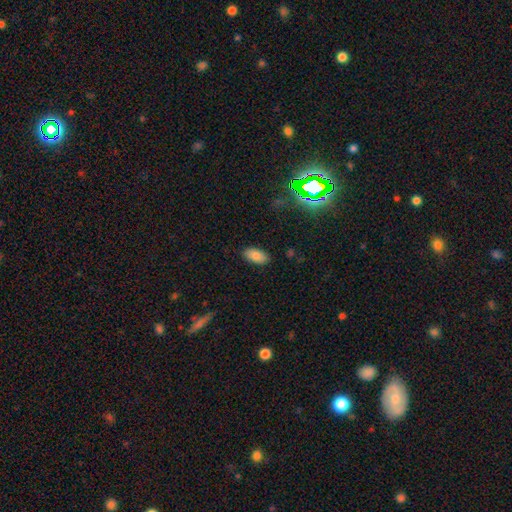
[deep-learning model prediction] Smooth or featured? smooth (85%)
How rounded? in between (94%)
Merging? none (87%)